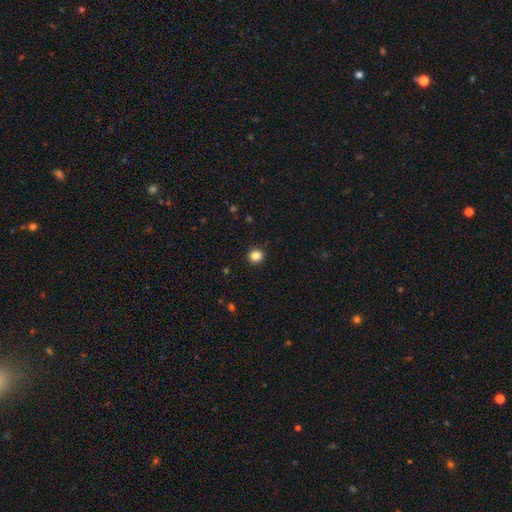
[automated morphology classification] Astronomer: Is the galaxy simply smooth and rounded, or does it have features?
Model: smooth — 86%.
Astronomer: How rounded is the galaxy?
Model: round — 91%.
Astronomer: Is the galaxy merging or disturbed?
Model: none — 92%.